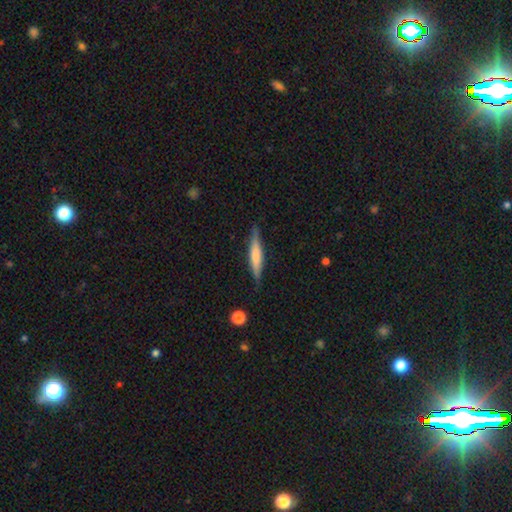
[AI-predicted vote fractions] Smooth or featured?
  - smooth: 52% *
  - featured or disk: 42%
  - star or artifact: 6%
How rounded?
  - cigar-shaped: 90% *
  - in between: 8%
  - round: 2%
Merging?
  - none: 86% *
  - minor disturbance: 10%
  - major disturbance: 2%
  - merger: 1%